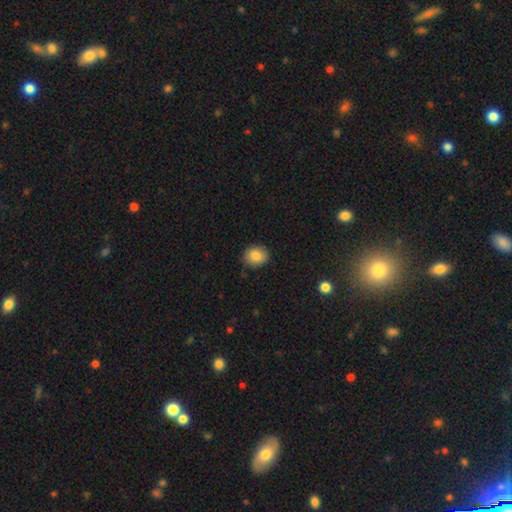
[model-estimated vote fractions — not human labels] Smooth or featured? smooth (85%)
How rounded? round (59%)
Merging? none (83%)